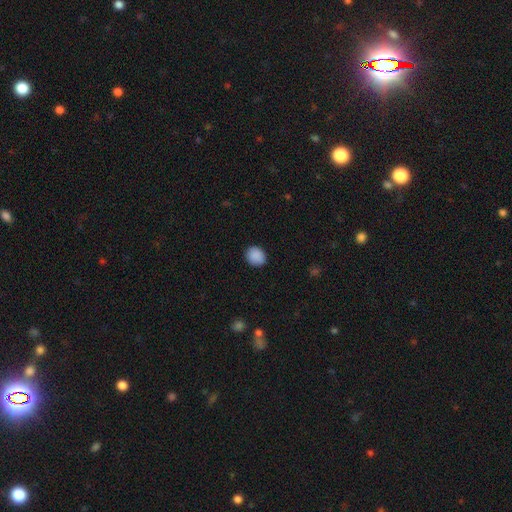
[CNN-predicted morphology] smooth-or-featured: smooth: 89% | star or artifact: 8% | featured or disk: 3%
  how-rounded: round: 65% | in between: 34% | cigar-shaped: 1%
  merging: none: 88% | minor disturbance: 9% | major disturbance: 2% | merger: 1%